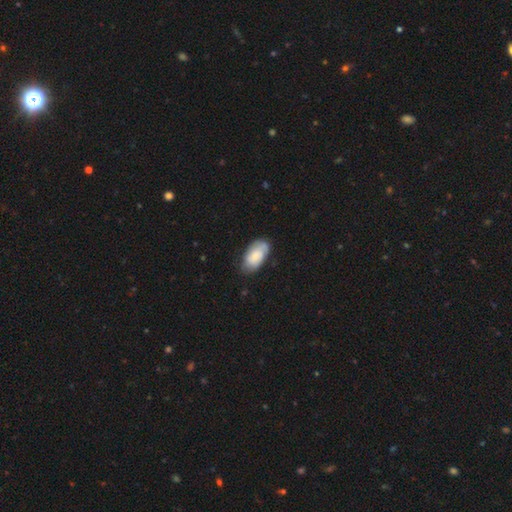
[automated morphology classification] smooth-or-featured: smooth: 68% | featured or disk: 26% | star or artifact: 6%
  how-rounded: in between: 95% | round: 3% | cigar-shaped: 2%
  merging: none: 66% | minor disturbance: 26% | major disturbance: 6% | merger: 2%